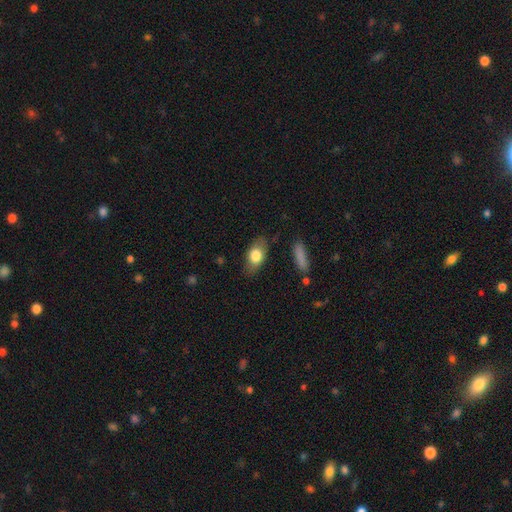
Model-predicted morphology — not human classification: Overall: smooth (77%). How rounded: in between (86%). Merging: none (79%).